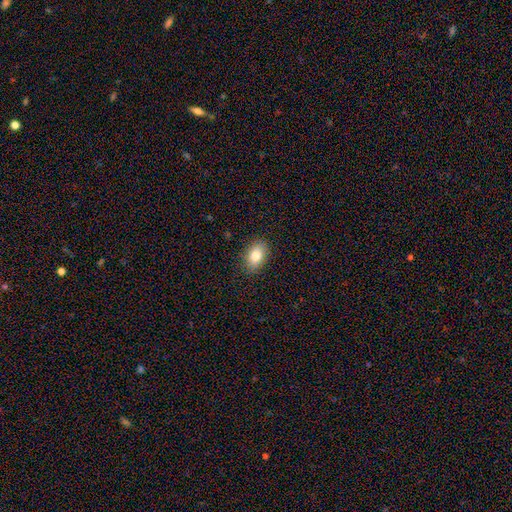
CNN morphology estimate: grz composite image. It shows a smooth galaxy with no disk features (82%) that is in between round and cigar-shaped (86%). Merging: none (88%).